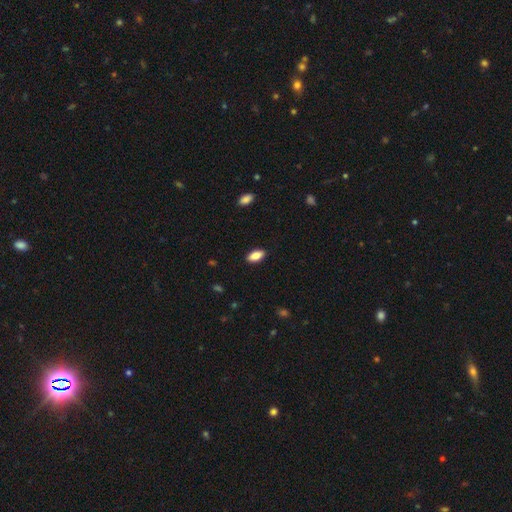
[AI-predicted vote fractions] smooth-or-featured: smooth: 85% | featured or disk: 8% | star or artifact: 7%
  how-rounded: in between: 88% | cigar-shaped: 10% | round: 3%
  merging: none: 89% | minor disturbance: 8% | major disturbance: 2% | merger: 1%